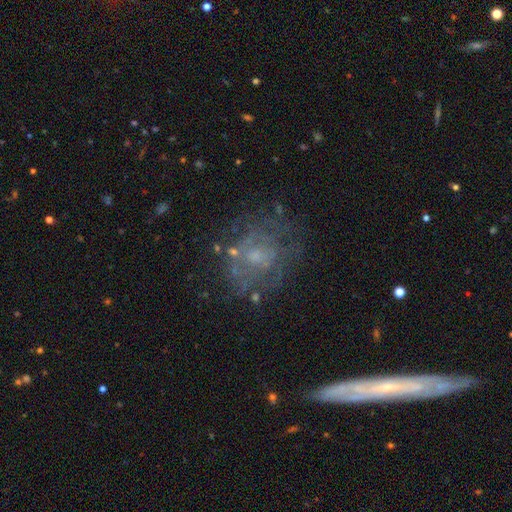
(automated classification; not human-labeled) Q: Smooth or featured?
A: featured or disk (57%); runner-up: smooth (26%)
Q: Edge-on disk?
A: no (95%); runner-up: yes (5%)
Q: Bar?
A: no (78%); runner-up: weak (18%)
Q: Spiral arms?
A: no (54%); runner-up: yes (46%)
Q: Bulge size?
A: small (53%); runner-up: moderate (26%)
Q: Merging?
A: none (66%); runner-up: minor disturbance (17%)